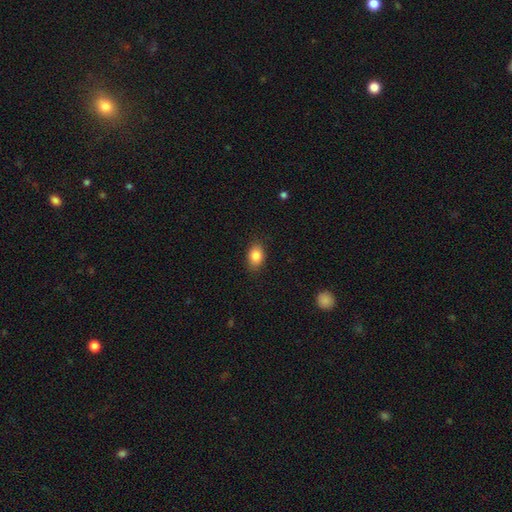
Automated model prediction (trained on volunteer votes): The model was most divided on "how rounded": in between: 79%, round: 20%, cigar-shaped: 1%. More confident: smooth or featured — smooth (86%); merging — none (86%).